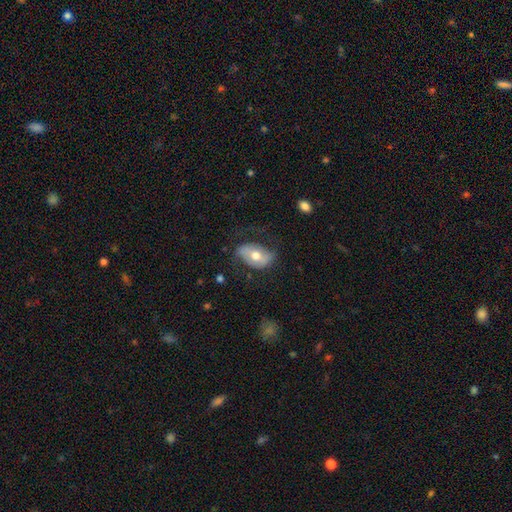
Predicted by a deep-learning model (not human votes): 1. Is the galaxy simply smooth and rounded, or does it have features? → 49% smooth, 44% featured or disk, 6% star or artifact.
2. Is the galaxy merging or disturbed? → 53% none, 26% minor disturbance, 19% major disturbance, 2% merger.